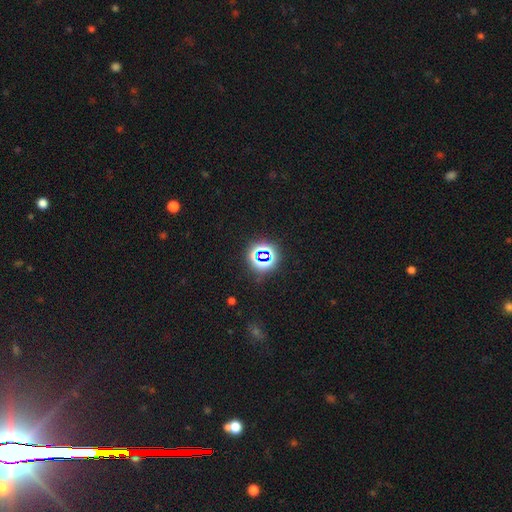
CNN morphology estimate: Smooth or featured?
  - star or artifact: 73% *
  - smooth: 19%
  - featured or disk: 9%